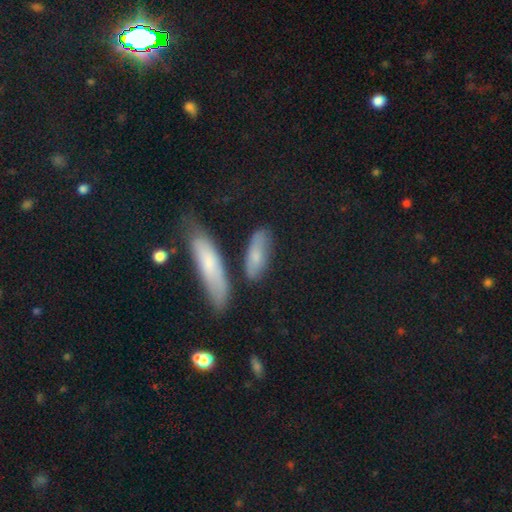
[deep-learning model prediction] A smooth galaxy with no disk features (68%) that is in between round and cigar-shaped (55%).

Vote fractions:
- Smooth or featured? smooth: 68% / featured or disk: 21% / star or artifact: 10%
- How rounded? in between: 55% / cigar-shaped: 41% / round: 5%
- Merging? none: 66% / minor disturbance: 19% / merger: 8% / major disturbance: 6%